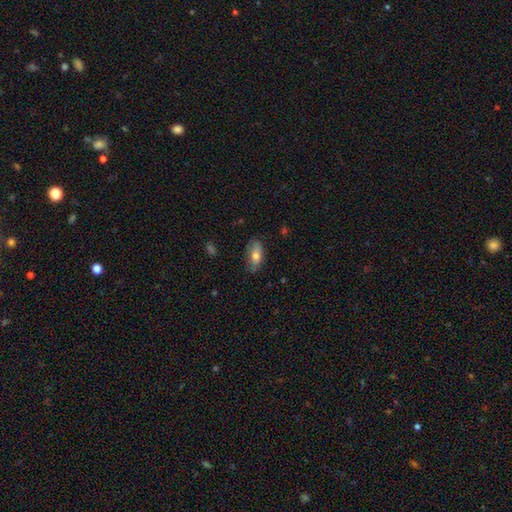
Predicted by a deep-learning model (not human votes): A smooth galaxy with no disk features (70%) that is in between round and cigar-shaped (85%). Merging: none (76%).